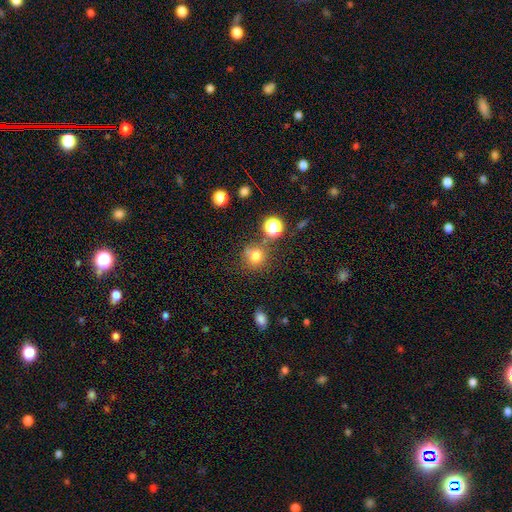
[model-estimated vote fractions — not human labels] A smooth galaxy with no disk features (75%) that is round (88%).

Vote fractions:
- Smooth or featured? smooth: 75% / star or artifact: 17% / featured or disk: 8%
- How rounded? round: 88% / in between: 11% / cigar-shaped: 1%
- Merging? none: 73% / minor disturbance: 13% / merger: 10% / major disturbance: 5%